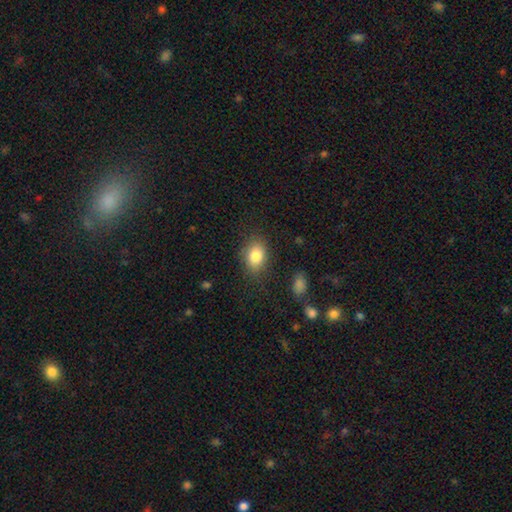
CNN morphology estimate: A smooth galaxy with no disk features (83%) that is in between round and cigar-shaped (73%). Merging: none (81%).